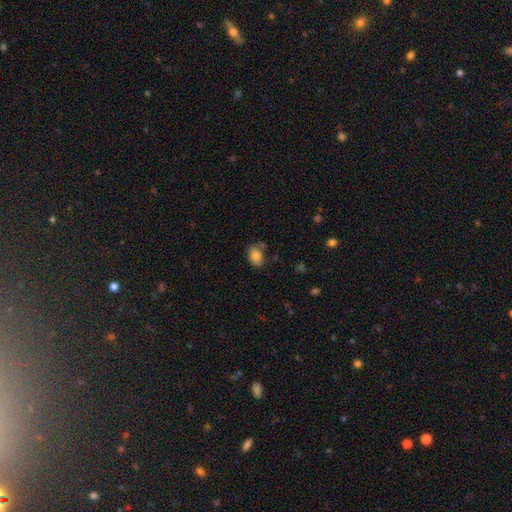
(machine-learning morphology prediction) Q: Smooth or featured?
A: smooth (84%); runner-up: star or artifact (9%)
Q: How rounded?
A: in between (75%); runner-up: round (24%)
Q: Merging?
A: none (68%); runner-up: minor disturbance (18%)